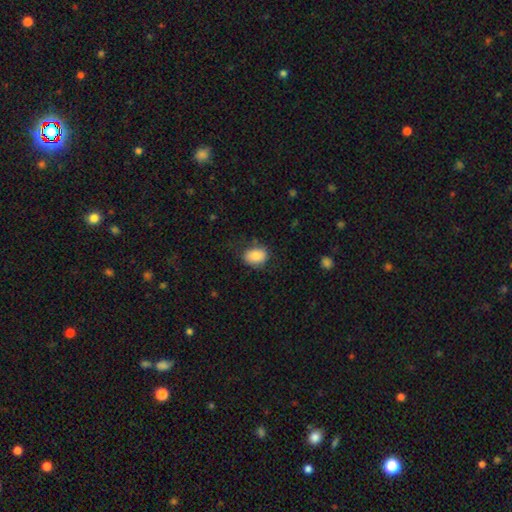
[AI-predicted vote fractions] smooth 82%, featured or disk 10%, star or artifact 8%. Down the decision tree: how rounded — in between (68%); merging — none (72%).